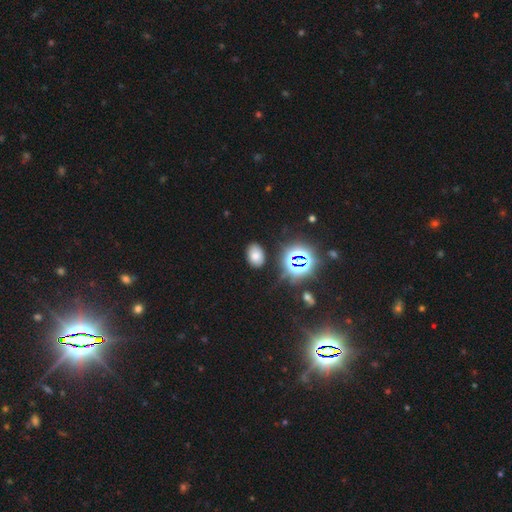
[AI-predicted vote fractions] Morphology: type=smooth (67%); roundness=in between (84%); merging=none (85%).